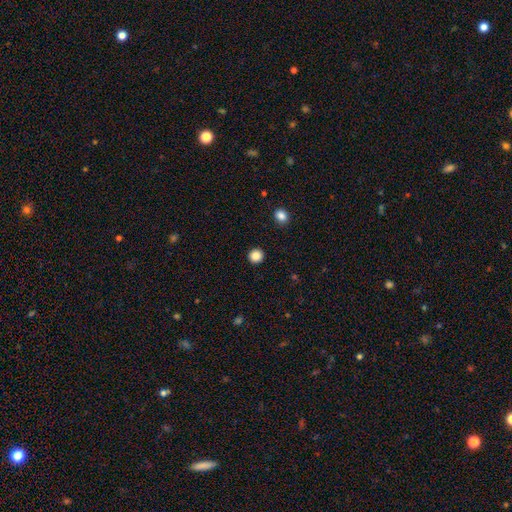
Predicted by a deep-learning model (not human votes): Morphology: type=smooth (86%); roundness=round (94%); merging=none (93%).